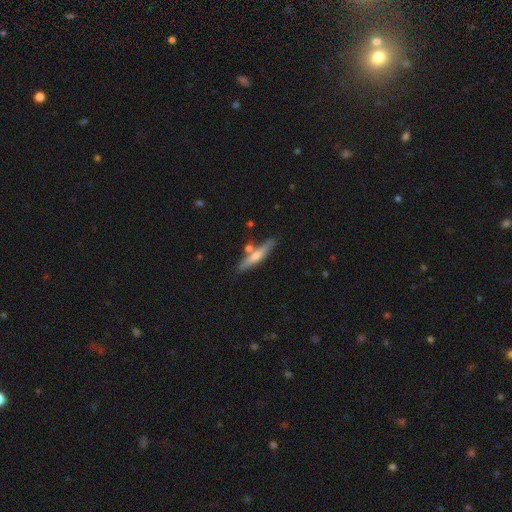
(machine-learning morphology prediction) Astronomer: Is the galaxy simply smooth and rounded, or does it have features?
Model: featured or disk — 52% (runner-up: smooth, 42%).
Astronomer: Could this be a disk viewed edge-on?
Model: yes — 94%.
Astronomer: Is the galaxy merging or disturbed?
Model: none — 78%.